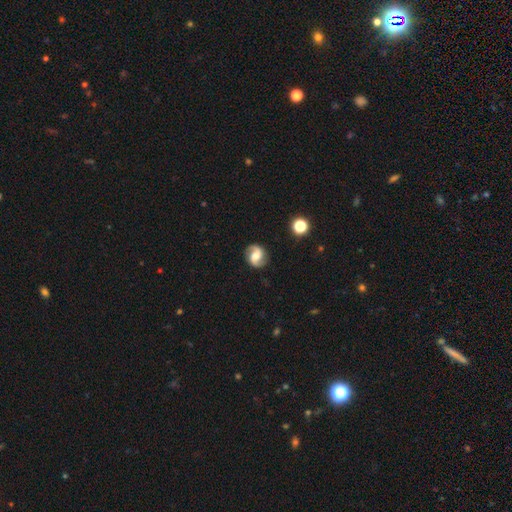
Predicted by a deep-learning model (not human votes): Smooth or featured?
  - featured or disk: 80% *
  - smooth: 13%
  - star or artifact: 6%
Edge-on disk?
  - no: 98% *
  - yes: 2%
Bar?
  - weak: 44% *
  - no: 38%
  - strong: 18%
Spiral arms?
  - yes: 95% *
  - no: 5%
Spiral winding?
  - medium: 48% *
  - loose: 34%
  - tight: 18%
Spiral arm count?
  - 2: 93% *
  - can't tell: 2%
  - 1: 2%
  - 3: 1%
  - 4: 1%
  - more than 4: 1%
Bulge size?
  - moderate: 62% *
  - small: 18%
  - large: 14%
  - none: 4%
  - dominant: 2%
Merging?
  - none: 86% *
  - minor disturbance: 10%
  - major disturbance: 3%
  - merger: 1%